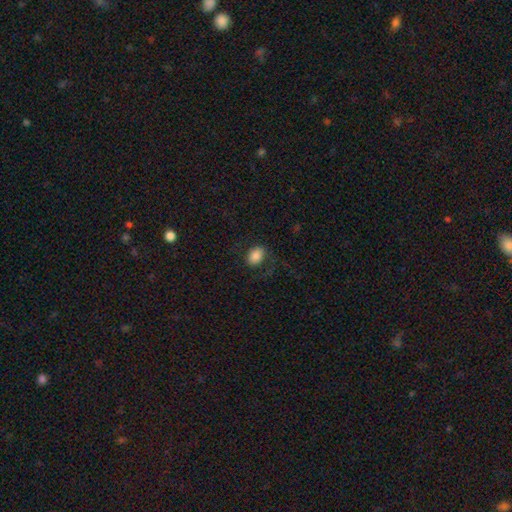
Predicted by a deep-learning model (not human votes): This appears to be a smooth galaxy with no disk features (80%) that is in between round and cigar-shaped (72%). Merging: none (76%).